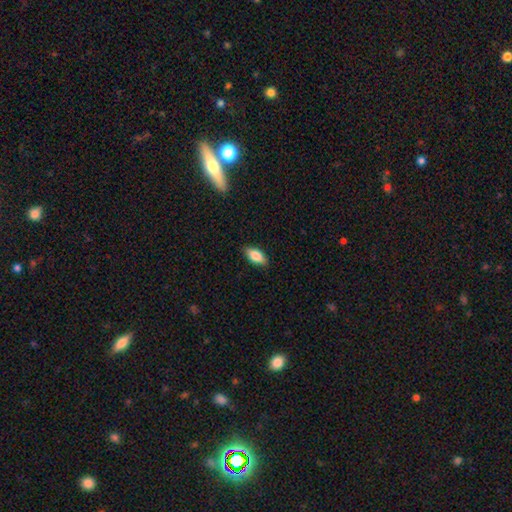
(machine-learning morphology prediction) Smooth or featured? Predicted: smooth (p=0.82). How rounded? Predicted: in between (p=0.85). Merging? Predicted: none (p=0.86).